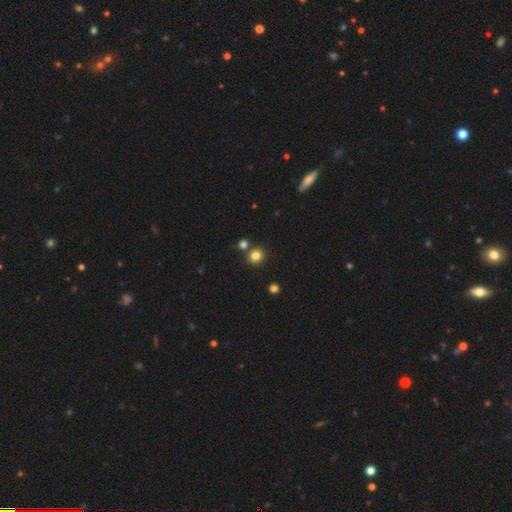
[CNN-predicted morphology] Q: Smooth or featured?
A: smooth (82%); runner-up: star or artifact (13%)
Q: How rounded?
A: round (88%); runner-up: in between (11%)
Q: Merging?
A: none (79%); runner-up: merger (11%)